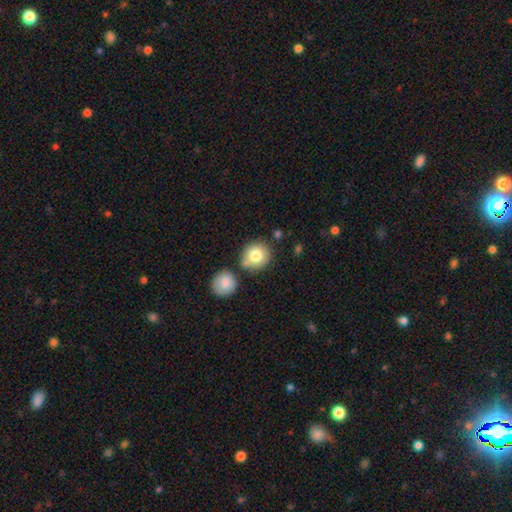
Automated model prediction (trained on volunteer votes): Overall: smooth (79%). How rounded: round (90%). Merging: none (69%).